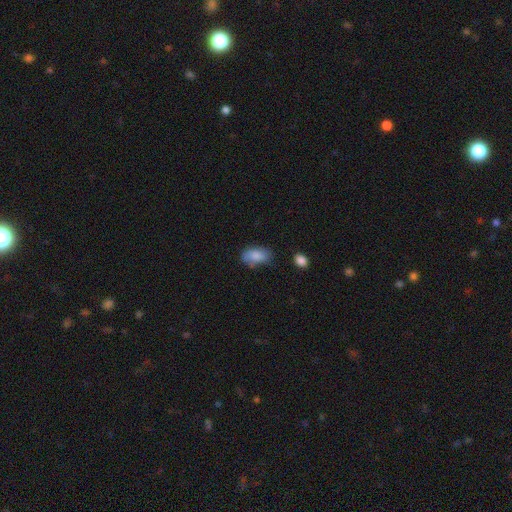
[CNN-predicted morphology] type=smooth (81%); roundness=in between (92%); merging=none (63%).